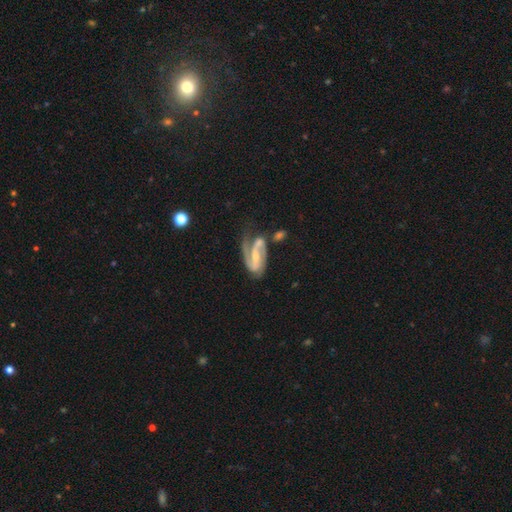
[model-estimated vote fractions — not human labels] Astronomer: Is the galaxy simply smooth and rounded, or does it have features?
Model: featured or disk — 87%.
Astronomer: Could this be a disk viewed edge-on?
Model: no — 96%.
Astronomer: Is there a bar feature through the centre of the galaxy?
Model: strong — 43% (runner-up: weak, 37%).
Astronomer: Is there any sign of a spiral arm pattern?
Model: yes — 96%.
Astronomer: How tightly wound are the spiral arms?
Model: medium — 50% (runner-up: tight, 26%).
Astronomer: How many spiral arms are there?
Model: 2 — 84%.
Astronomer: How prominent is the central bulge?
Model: small — 57% (runner-up: moderate, 34%).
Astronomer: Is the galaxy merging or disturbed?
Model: none — 44% (runner-up: minor disturbance, 21%).